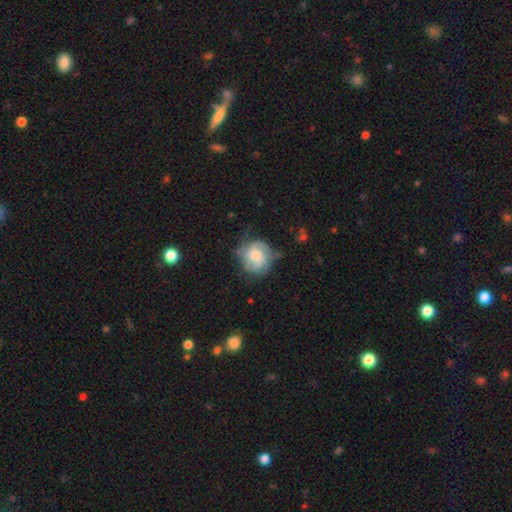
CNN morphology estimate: Smooth or featured? Predicted: featured or disk (p=0.56). Edge-on disk? Predicted: no (p=0.97). Bar? Predicted: no (p=0.65). Spiral arms? Predicted: yes (p=0.85). Bulge size? Predicted: moderate (p=0.52). Merging? Predicted: none (p=0.62).